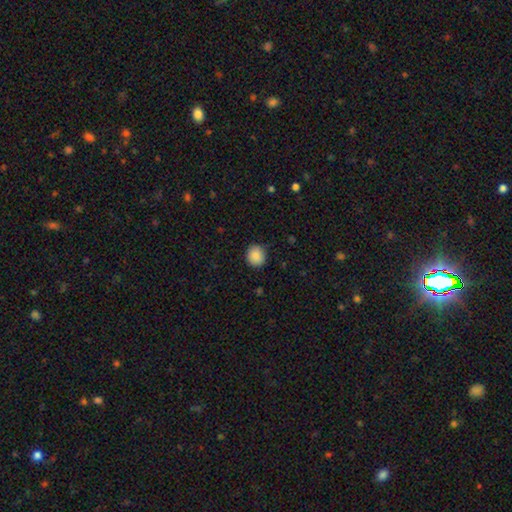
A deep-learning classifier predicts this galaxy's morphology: Smooth or featured? smooth (88%)
How rounded? round (84%)
Merging? none (88%)